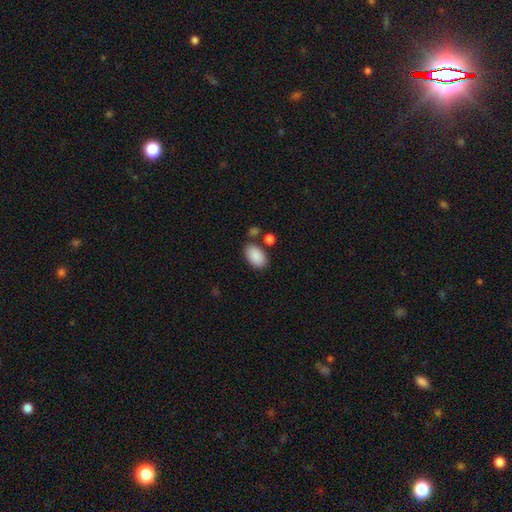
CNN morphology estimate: Smooth or featured?
  - smooth: 89% *
  - star or artifact: 7%
  - featured or disk: 4%
How rounded?
  - in between: 94% *
  - round: 5%
  - cigar-shaped: 1%
Merging?
  - none: 74% *
  - minor disturbance: 13%
  - merger: 9%
  - major disturbance: 4%